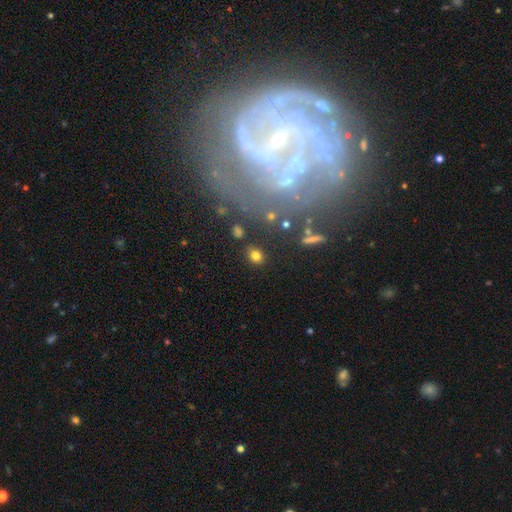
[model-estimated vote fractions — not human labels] smooth_or_featured: smooth (p=0.79) [alt: star or artifact p=0.13]
how_rounded: in between (p=0.54) [alt: round p=0.44]
merging: none (p=0.81) [alt: minor disturbance p=0.11]